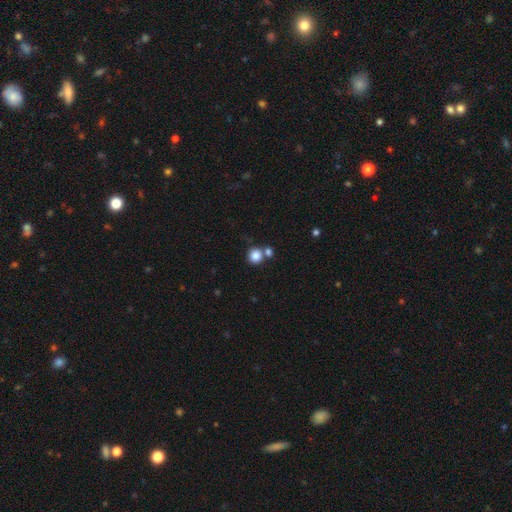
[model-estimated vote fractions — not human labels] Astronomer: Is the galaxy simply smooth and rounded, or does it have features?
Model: smooth — 84%.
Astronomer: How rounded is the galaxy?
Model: round — 91%.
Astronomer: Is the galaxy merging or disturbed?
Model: none — 63%.